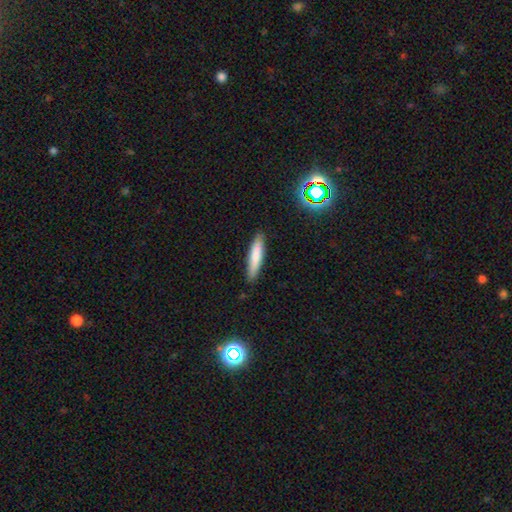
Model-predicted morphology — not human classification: Overall: smooth (78%). How rounded: cigar-shaped (85%). Merging: none (87%).